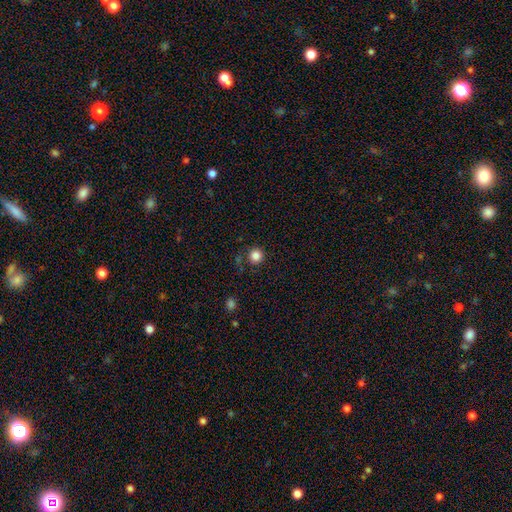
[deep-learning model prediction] This appears to be a smooth galaxy with no disk features (85%) that is round (95%). Merging: none (88%).